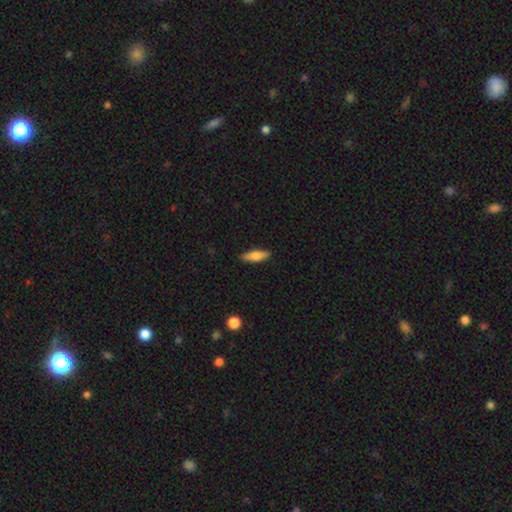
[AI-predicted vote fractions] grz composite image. It shows a smooth galaxy with no disk features (70%) that is cigar-shaped (50%). Merging: none (88%).